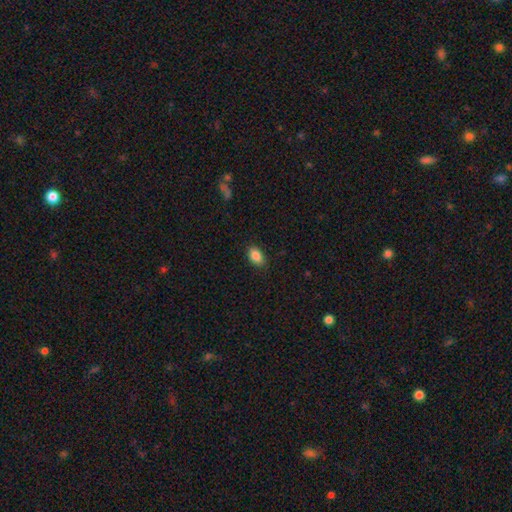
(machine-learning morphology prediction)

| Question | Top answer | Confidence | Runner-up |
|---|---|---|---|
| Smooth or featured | smooth | 87% | star or artifact (8%) |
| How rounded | in between | 89% | round (9%) |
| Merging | none | 86% | minor disturbance (11%) |